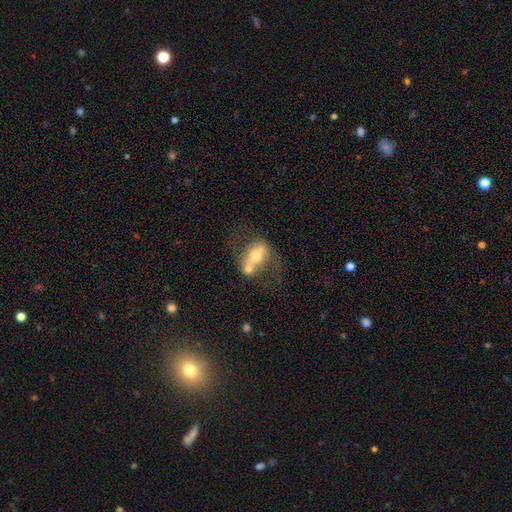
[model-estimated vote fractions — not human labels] Smooth or featured: featured or disk — 57% (smooth — 34%)
Edge-on disk: no — 92% (yes — 8%)
Bar: no — 54% (weak — 24%)
Spiral arms: no — 55% (yes — 45%)
Bulge size: moderate — 60% (small — 27%)
Merging: merger — 46% (none — 31%)